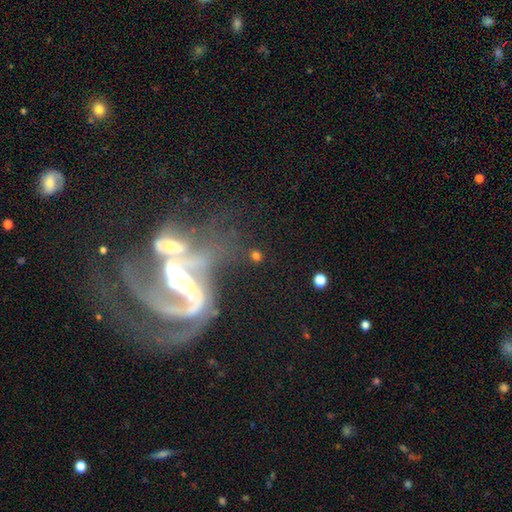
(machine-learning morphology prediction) featured or disk 51%, smooth 32%, star or artifact 17%. Down the decision tree: edge-on disk — no (88%); merging — none (39%).